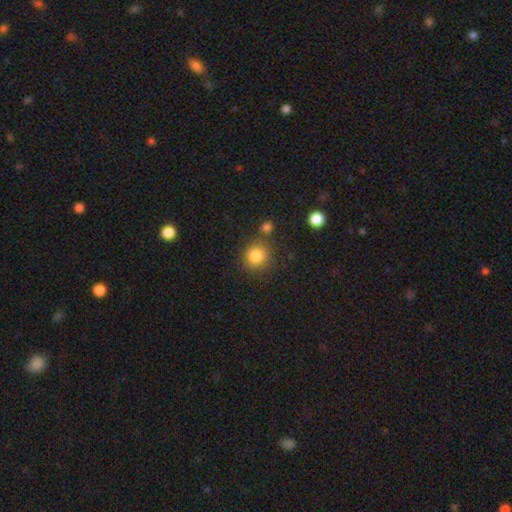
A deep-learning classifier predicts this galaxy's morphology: type=smooth (84%); roundness=round (90%); merging=none (79%).